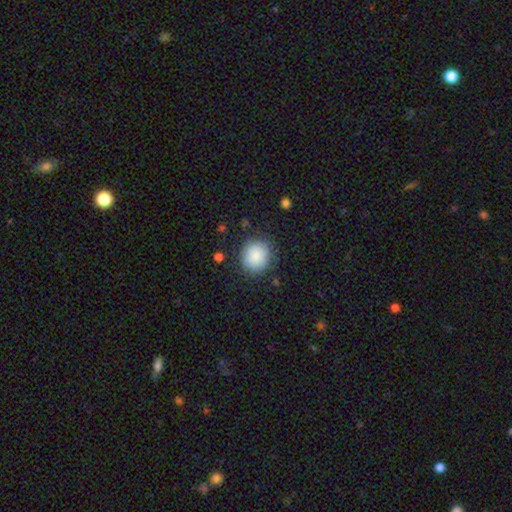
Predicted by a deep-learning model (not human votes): Smooth or featured? smooth (87%)
How rounded? round (86%)
Merging? none (84%)